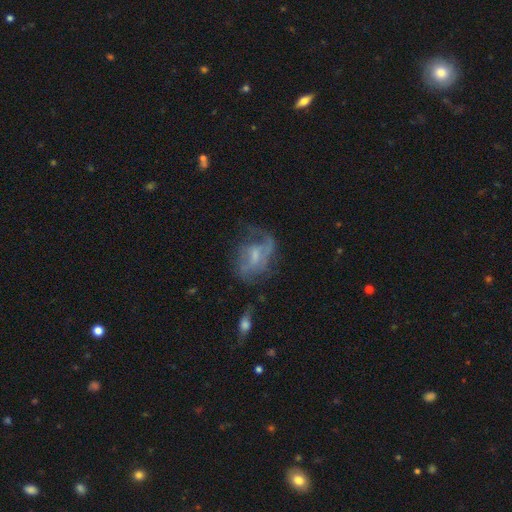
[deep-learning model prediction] Smooth or featured? featured or disk (66%)
Edge-on disk? no (95%)
Bar? weak (45%)
Spiral arms? yes (70%)
Bulge size? small (48%)
Merging? none (43%)